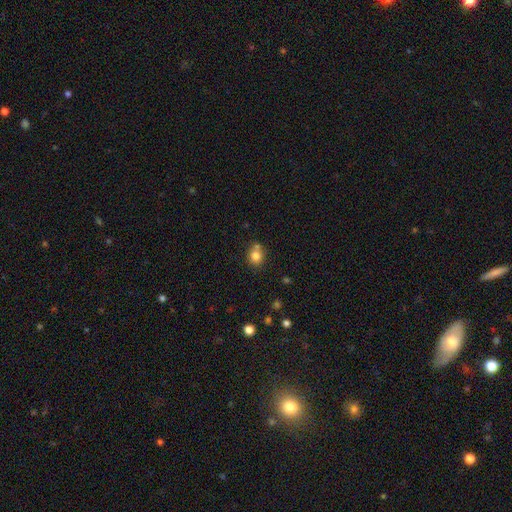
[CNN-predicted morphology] A smooth galaxy with no disk features (81%) that is round (73%).

Vote fractions:
- Smooth or featured? smooth: 81% / star or artifact: 11% / featured or disk: 8%
- How rounded? round: 73% / in between: 26% / cigar-shaped: 1%
- Merging? none: 61% / merger: 21% / minor disturbance: 14% / major disturbance: 4%